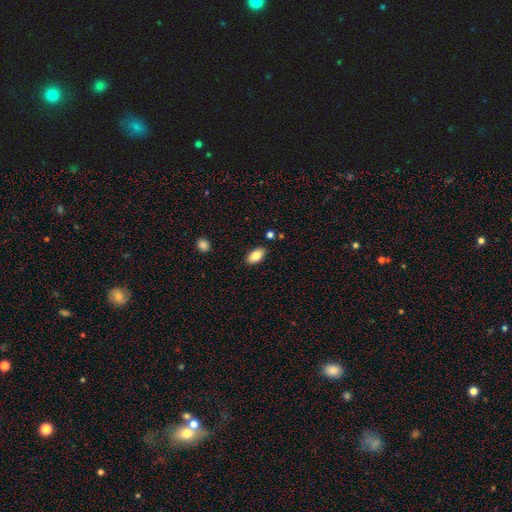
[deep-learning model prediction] smooth 84%, featured or disk 9%, star or artifact 7%. Down the decision tree: how rounded — in between (92%); merging — none (86%).